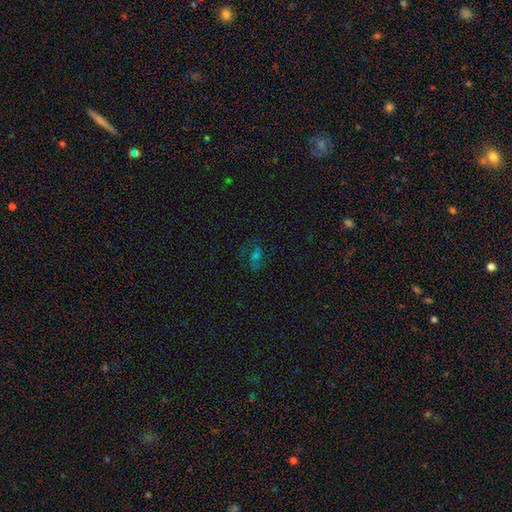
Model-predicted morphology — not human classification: Overall: featured or disk (46%; star or artifact 30%). Merging: none (70%).